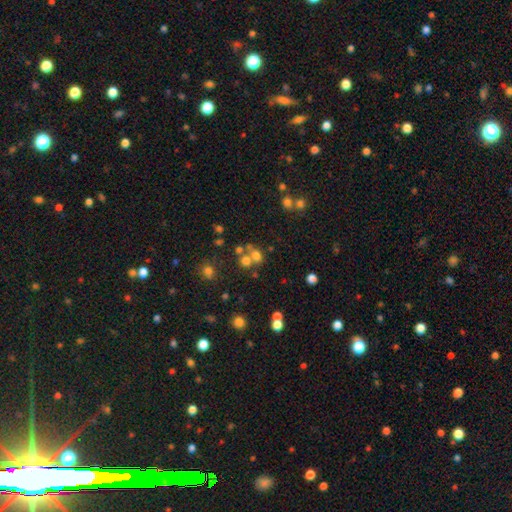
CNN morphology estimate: Smooth or featured? Predicted: smooth (p=0.64). How rounded? Predicted: round (p=0.69). Merging? Predicted: none (p=0.45).